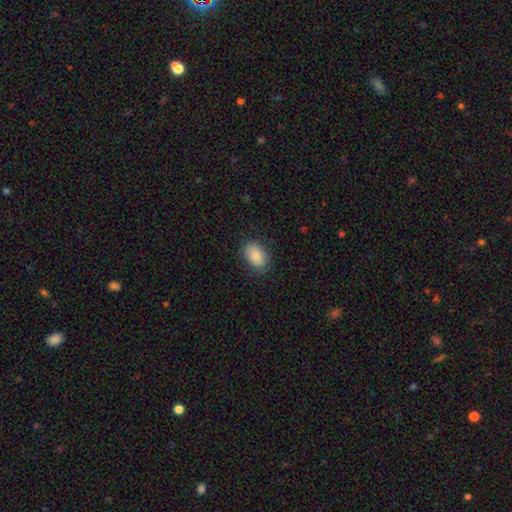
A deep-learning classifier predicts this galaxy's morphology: Smooth or featured? smooth (82%)
How rounded? in between (76%)
Merging? none (81%)